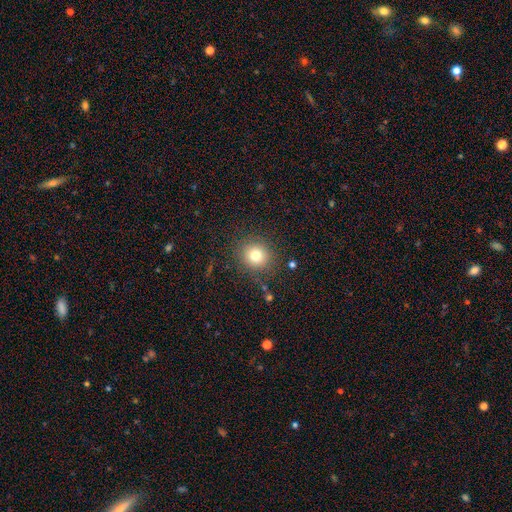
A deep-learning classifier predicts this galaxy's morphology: Smooth or featured?
  - smooth: 77% *
  - star or artifact: 14%
  - featured or disk: 9%
How rounded?
  - round: 85% *
  - in between: 14%
  - cigar-shaped: 1%
Merging?
  - none: 87% *
  - minor disturbance: 8%
  - major disturbance: 3%
  - merger: 2%